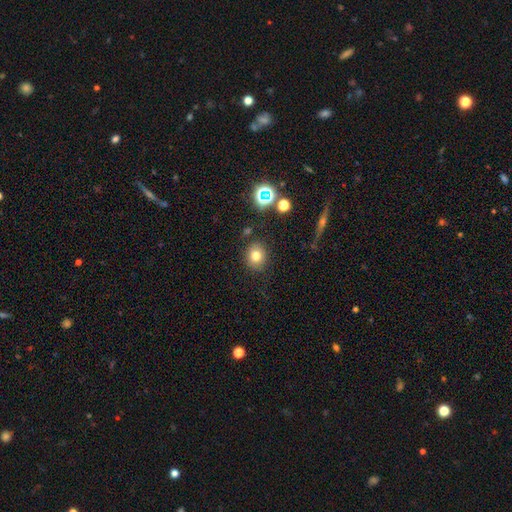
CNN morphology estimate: smooth-or-featured: smooth: 76% | star or artifact: 15% | featured or disk: 10%
  how-rounded: round: 74% | in between: 25% | cigar-shaped: 1%
  merging: none: 84% | minor disturbance: 10% | major disturbance: 3% | merger: 3%